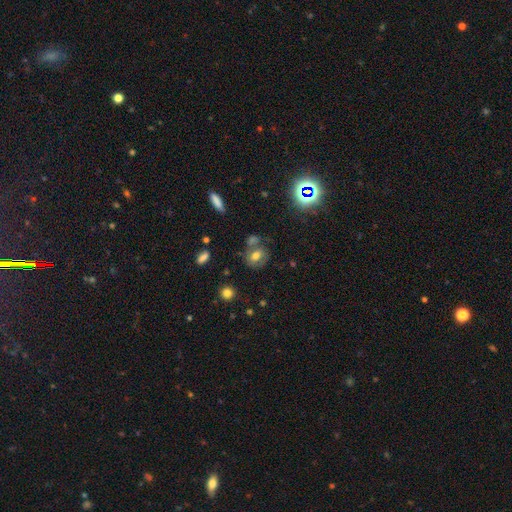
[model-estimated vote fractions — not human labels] Smooth or featured: smooth — 60% (featured or disk — 23%)
How rounded: round — 53% (in between — 45%)
Merging: none — 59% (merger — 20%)